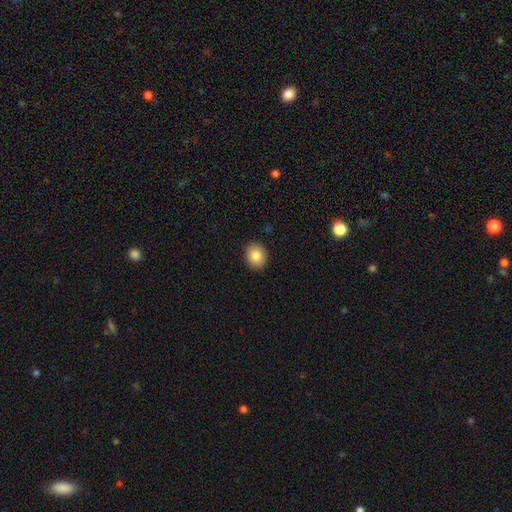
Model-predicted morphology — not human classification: type=smooth (85%); roundness=round (57%); merging=none (91%).